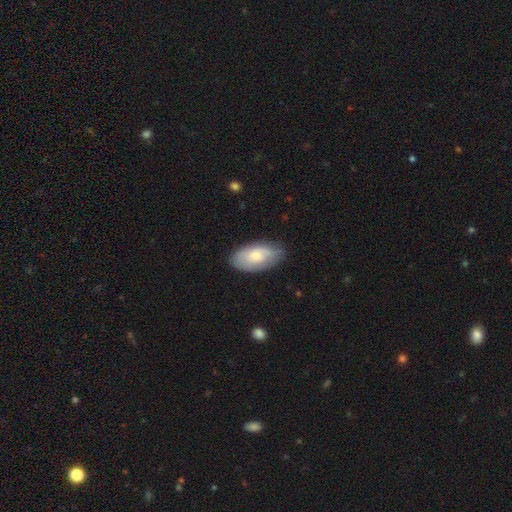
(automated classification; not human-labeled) Smooth or featured: smooth — 64% (featured or disk — 30%)
How rounded: in between — 94% (round — 3%)
Merging: none — 73% (minor disturbance — 21%)